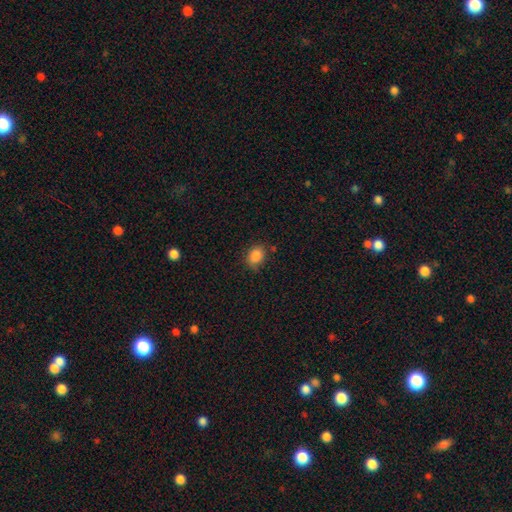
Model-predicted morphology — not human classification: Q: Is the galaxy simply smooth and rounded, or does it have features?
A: smooth — 86%.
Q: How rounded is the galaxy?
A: in between — 64%.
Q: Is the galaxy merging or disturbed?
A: none — 76%.